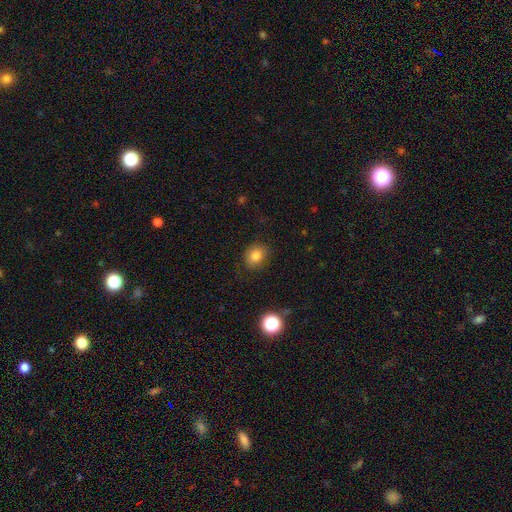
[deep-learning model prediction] A smooth galaxy with no disk features (82%) that is round (60%). Merging: none (82%).